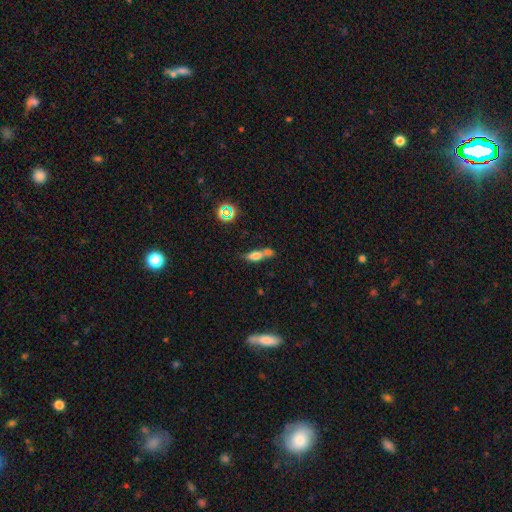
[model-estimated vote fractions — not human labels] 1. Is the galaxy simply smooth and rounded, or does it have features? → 67% smooth, 20% featured or disk, 14% star or artifact.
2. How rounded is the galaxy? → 65% in between, 28% cigar-shaped, 7% round.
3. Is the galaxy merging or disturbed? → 50% merger, 33% none, 12% minor disturbance, 6% major disturbance.